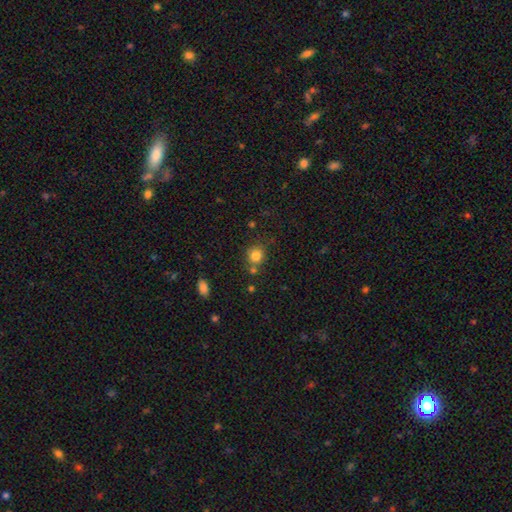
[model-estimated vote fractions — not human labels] smooth-or-featured: smooth: 82% | star or artifact: 12% | featured or disk: 6%
  how-rounded: round: 84% | in between: 15% | cigar-shaped: 1%
  merging: none: 69% | merger: 15% | minor disturbance: 12% | major disturbance: 4%